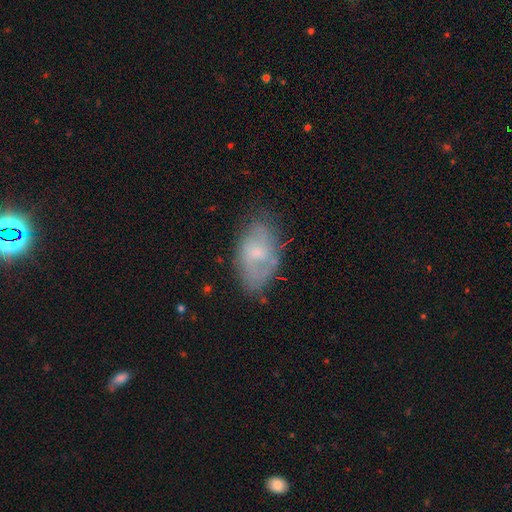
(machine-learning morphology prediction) Smooth or featured? Predicted: featured or disk (p=0.48). Merging? Predicted: none (p=0.67).